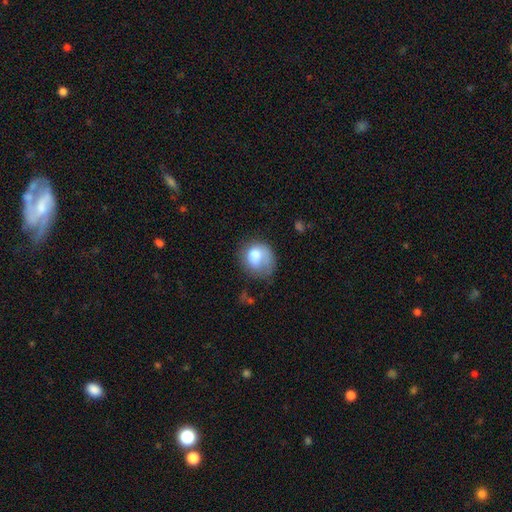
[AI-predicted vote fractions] Overall: smooth (71%). How rounded: round (62%; in between 37%). Merging: none (42%; minor disturbance 29%).